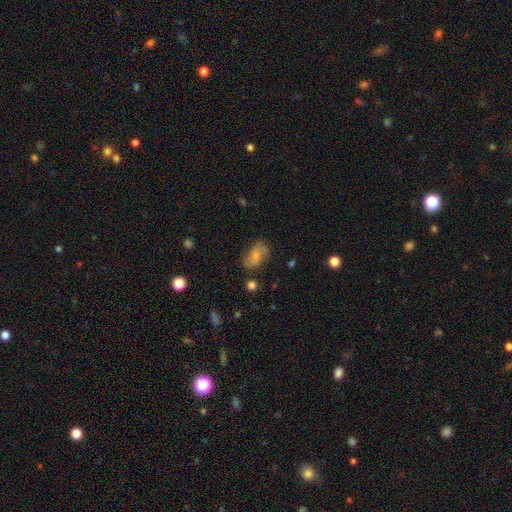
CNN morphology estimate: smooth 48%, featured or disk 43%, star or artifact 9%. Down the decision tree: merging — none (62%).